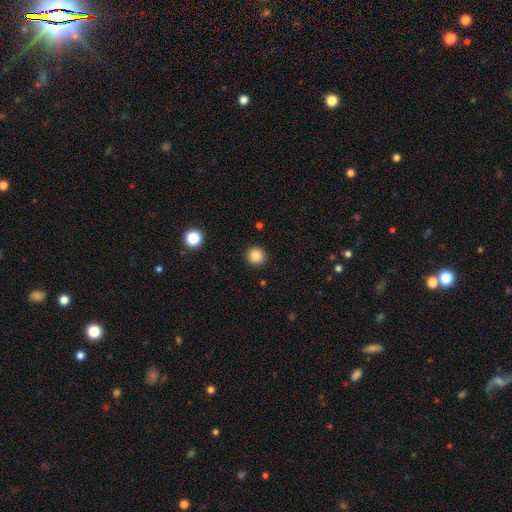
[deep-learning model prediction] Morphology: type=smooth (86%); roundness=round (94%); merging=none (91%).